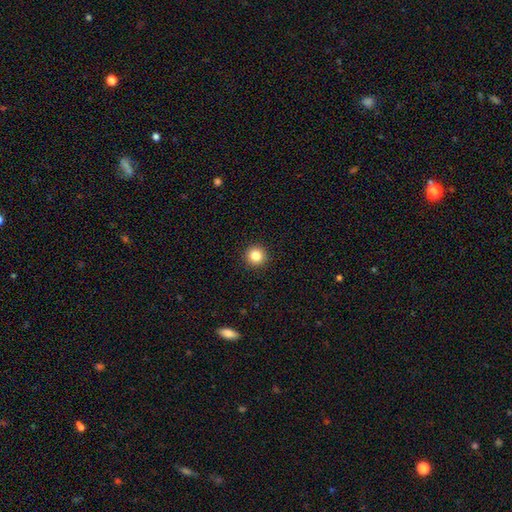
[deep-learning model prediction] smooth_or_featured: smooth (p=0.83) [alt: star or artifact p=0.11]
how_rounded: round (p=0.96) [alt: in between p=0.04]
merging: none (p=0.93) [alt: minor disturbance p=0.04]